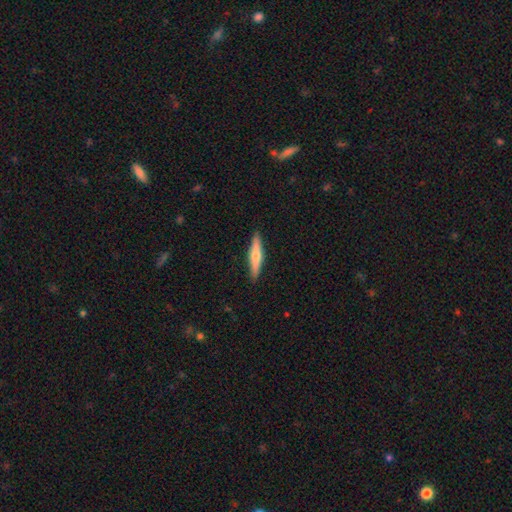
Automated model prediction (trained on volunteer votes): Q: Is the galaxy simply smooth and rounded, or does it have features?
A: smooth — 51%.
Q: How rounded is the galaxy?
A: cigar-shaped — 87%.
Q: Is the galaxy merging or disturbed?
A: none — 90%.